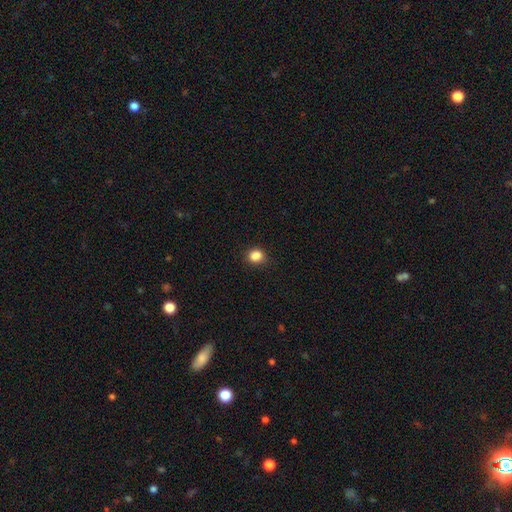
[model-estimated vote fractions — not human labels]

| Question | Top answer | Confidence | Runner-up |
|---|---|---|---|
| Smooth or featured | smooth | 85% | star or artifact (11%) |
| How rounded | round | 68% | in between (31%) |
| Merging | none | 81% | minor disturbance (14%) |